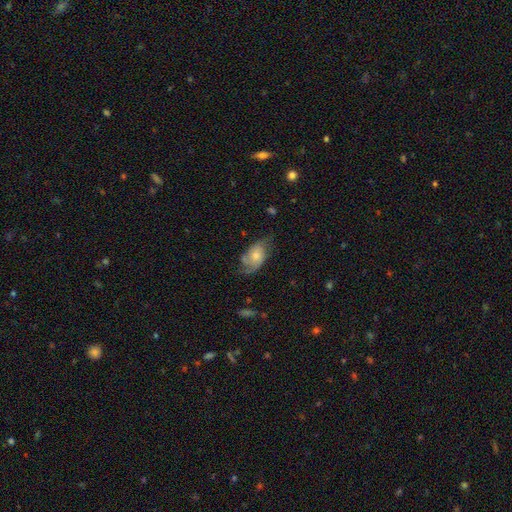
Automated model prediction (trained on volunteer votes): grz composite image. It shows a featured or disk galaxy (58%) with no bar (75%), spiral arms (83%) and a moderate central bulge (44%). Merging: none (45%).